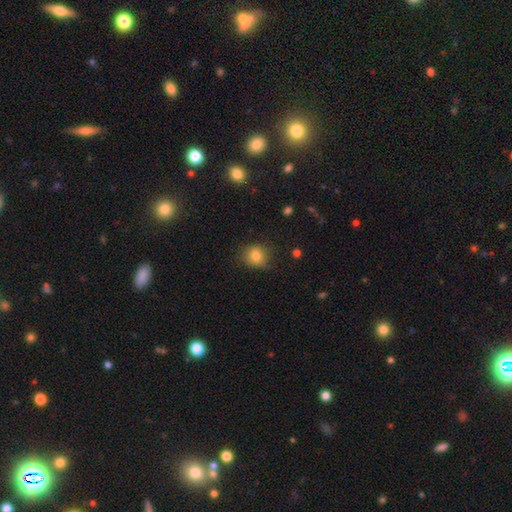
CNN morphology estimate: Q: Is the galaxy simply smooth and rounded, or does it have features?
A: smooth — 83%.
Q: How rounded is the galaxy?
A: round — 75%.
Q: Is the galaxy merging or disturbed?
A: none — 76%.